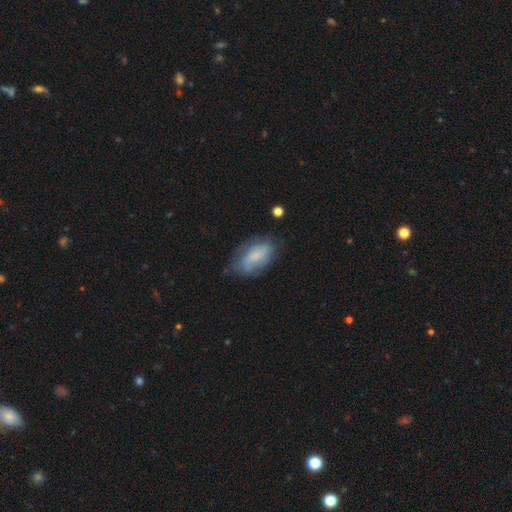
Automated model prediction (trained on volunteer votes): Smooth or featured: smooth — 58% (featured or disk — 34%)
How rounded: in between — 91% (cigar-shaped — 5%)
Merging: none — 58% (minor disturbance — 29%)